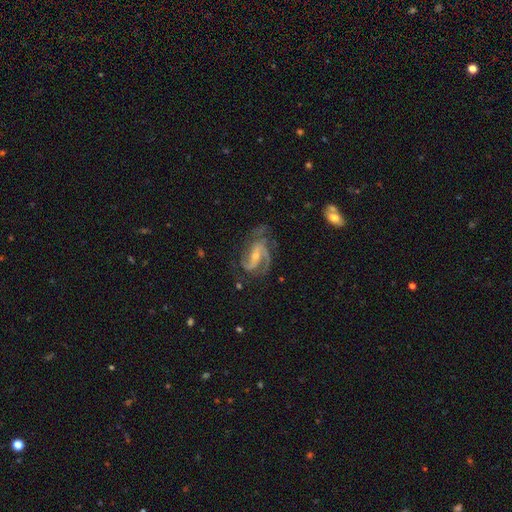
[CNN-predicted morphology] featured or disk 89%, smooth 5%, star or artifact 5%. Down the decision tree: edge-on disk — no (97%); bar — weak (41%); spiral arms — yes (97%); spiral arm count — 2 (57%); spiral winding — medium (54%); bulge size — small (59%); merging — none (58%).